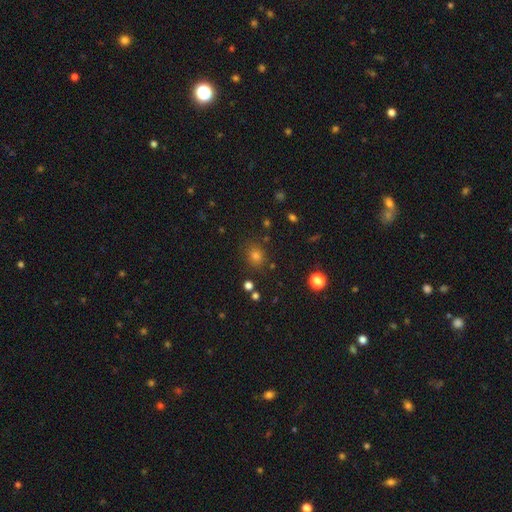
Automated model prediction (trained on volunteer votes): smooth-or-featured: smooth: 72% | star or artifact: 21% | featured or disk: 7%
  how-rounded: round: 70% | in between: 29% | cigar-shaped: 1%
  merging: none: 84% | minor disturbance: 10% | merger: 3% | major disturbance: 3%